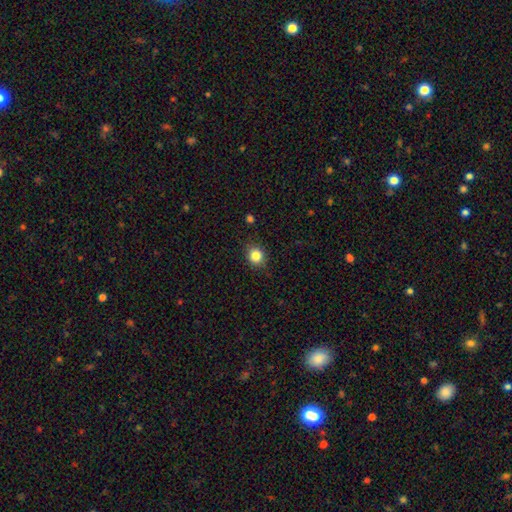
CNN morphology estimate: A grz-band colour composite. It shows a smooth galaxy with no disk features (84%) that is round (77%). Merging: none (86%).